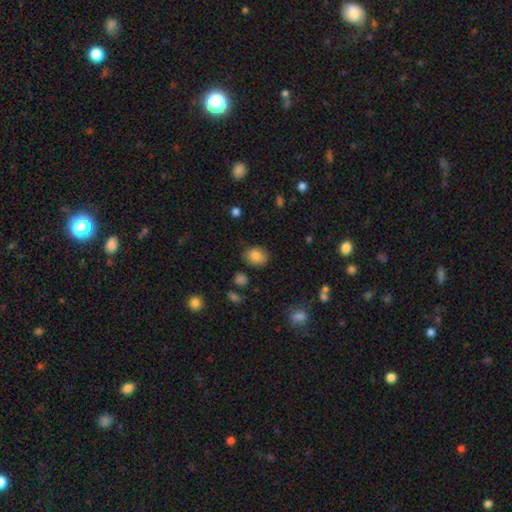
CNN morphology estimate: Smooth or featured: smooth — 84% (star or artifact — 9%)
How rounded: in between — 57% (round — 42%)
Merging: none — 79% (minor disturbance — 15%)